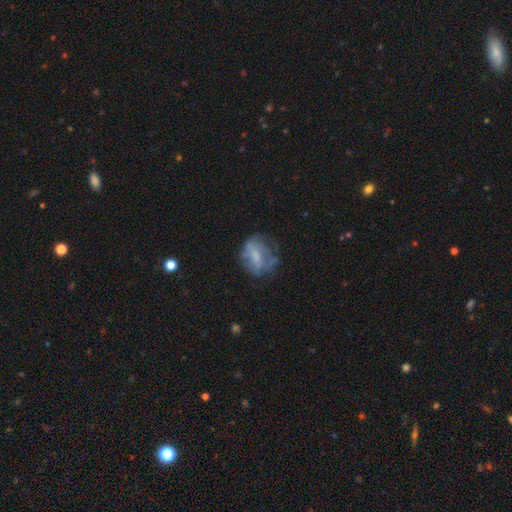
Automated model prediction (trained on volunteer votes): Morphology: type=smooth (45%); merging=none (47%).